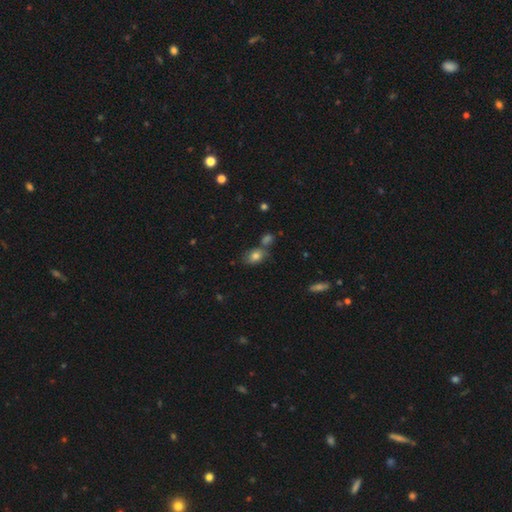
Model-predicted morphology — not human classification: Smooth or featured? Predicted: smooth (p=0.77). How rounded? Predicted: in between (p=0.78). Merging? Predicted: none (p=0.58).